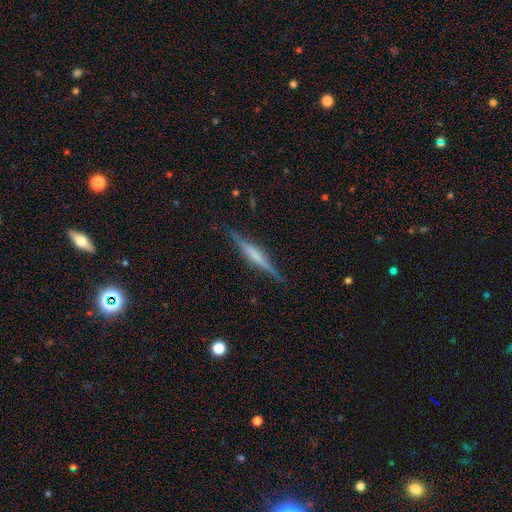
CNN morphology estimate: Smooth or featured? featured or disk (70%)
Edge-on disk? yes (97%)
Edge-on bulge? boxy (35%)
Merging? none (86%)